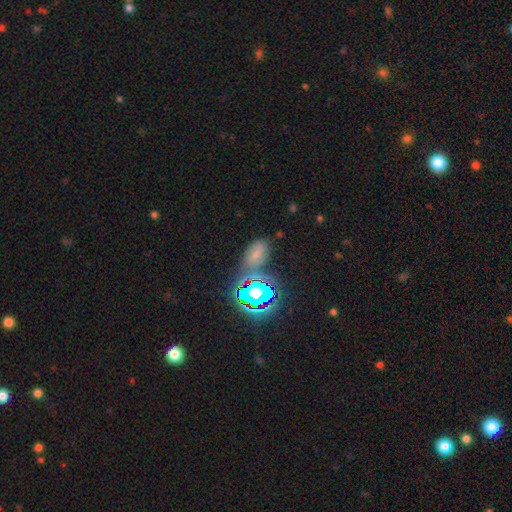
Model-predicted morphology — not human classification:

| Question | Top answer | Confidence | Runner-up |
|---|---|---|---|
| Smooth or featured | star or artifact | 40% | smooth (39%) |